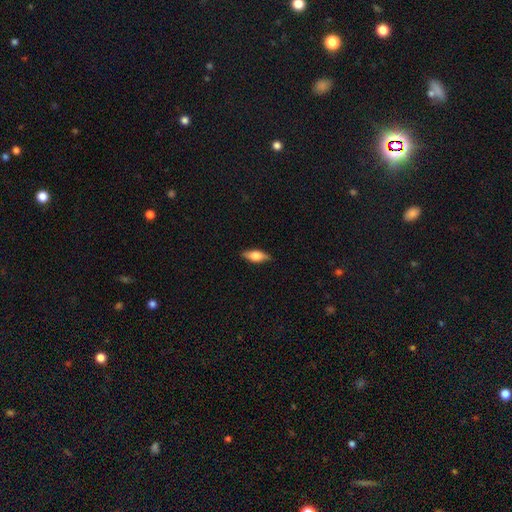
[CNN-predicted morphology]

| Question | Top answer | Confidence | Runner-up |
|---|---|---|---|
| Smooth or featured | smooth | 69% | featured or disk (25%) |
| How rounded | in between | 75% | cigar-shaped (22%) |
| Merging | none | 85% | minor disturbance (12%) |